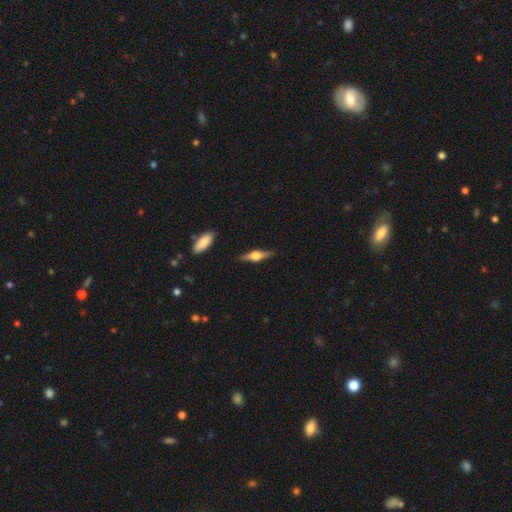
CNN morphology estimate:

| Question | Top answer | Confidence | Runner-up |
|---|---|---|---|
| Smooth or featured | featured or disk | 68% | smooth (26%) |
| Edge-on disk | yes | 96% | no (4%) |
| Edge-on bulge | rounded | 92% | boxy (7%) |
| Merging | none | 87% | minor disturbance (9%) |